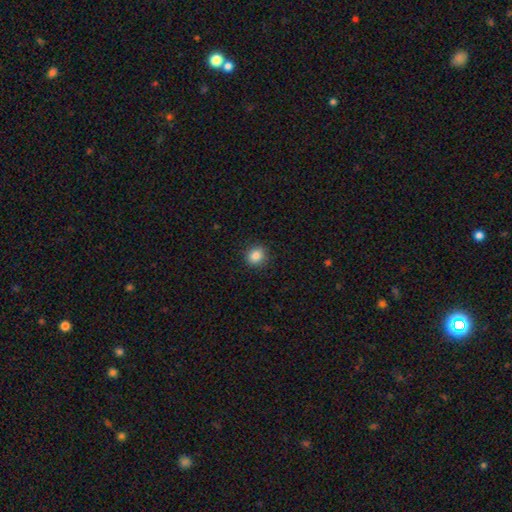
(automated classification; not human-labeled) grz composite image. It shows a smooth galaxy with no disk features (86%) that is round (81%). Merging: none (90%).